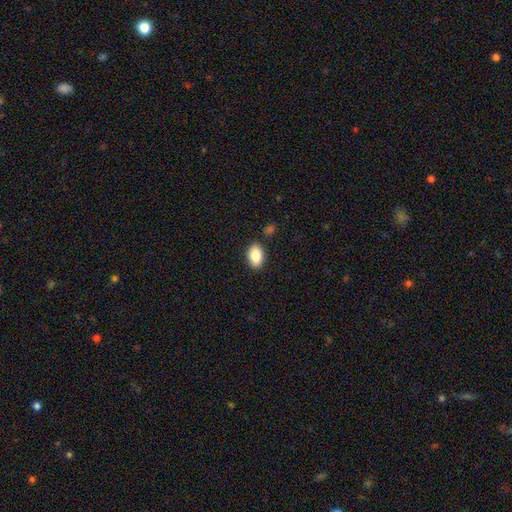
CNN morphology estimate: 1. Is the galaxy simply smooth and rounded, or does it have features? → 84% smooth, 8% featured or disk, 7% star or artifact.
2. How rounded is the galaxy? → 89% in between, 9% round, 1% cigar-shaped.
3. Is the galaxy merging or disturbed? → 87% none, 9% minor disturbance, 2% merger, 2% major disturbance.